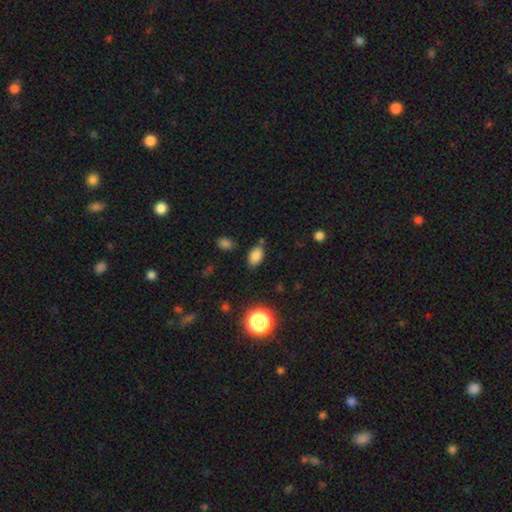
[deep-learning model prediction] smooth-or-featured: smooth: 82% | star or artifact: 13% | featured or disk: 5%
  how-rounded: in between: 86% | round: 12% | cigar-shaped: 2%
  merging: none: 76% | minor disturbance: 15% | merger: 6% | major disturbance: 4%